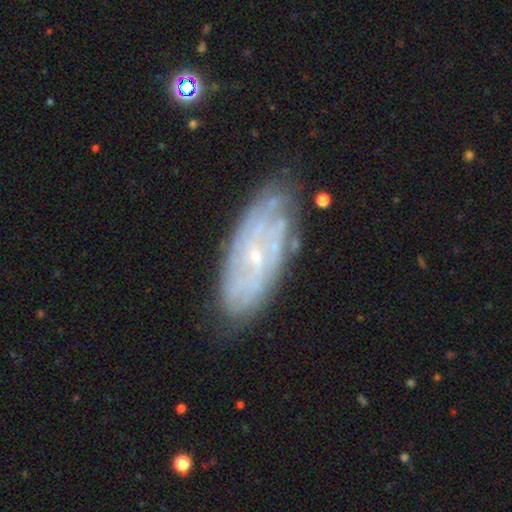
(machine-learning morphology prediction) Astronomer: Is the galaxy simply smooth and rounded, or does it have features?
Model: featured or disk — 73%.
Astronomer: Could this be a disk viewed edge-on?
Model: no — 89%.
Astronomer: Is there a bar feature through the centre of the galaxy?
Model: no — 66%.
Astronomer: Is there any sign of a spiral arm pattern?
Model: yes — 80%.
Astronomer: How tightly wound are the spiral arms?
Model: tight — 65%.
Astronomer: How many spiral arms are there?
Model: can't tell — 60%.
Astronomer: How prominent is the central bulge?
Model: small — 81%.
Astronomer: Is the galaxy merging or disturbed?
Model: none — 74%.